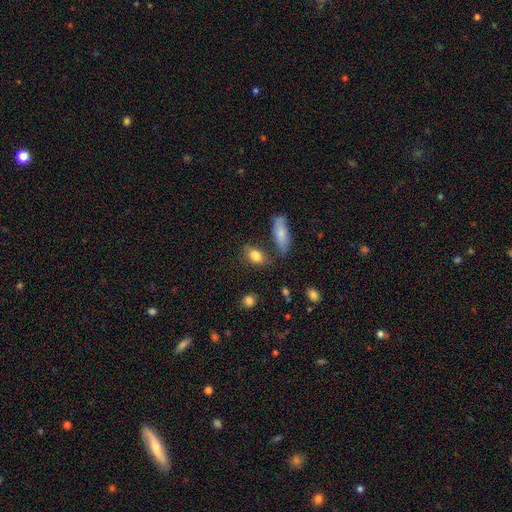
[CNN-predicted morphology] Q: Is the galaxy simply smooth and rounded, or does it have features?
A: smooth — 83%.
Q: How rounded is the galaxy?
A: in between — 81%.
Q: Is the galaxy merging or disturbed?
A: none — 69%.